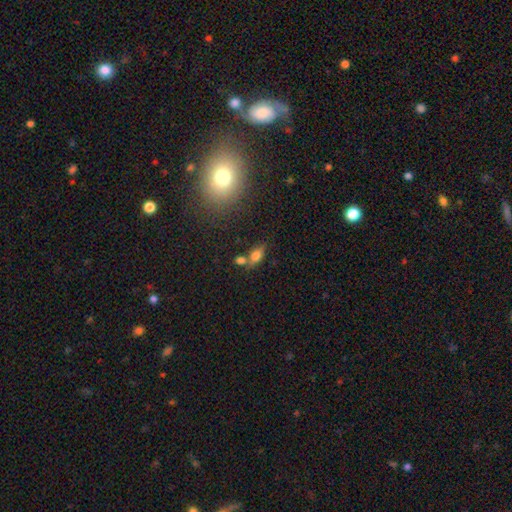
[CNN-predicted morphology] This is likely a smooth galaxy (71%). How rounded: likely in between (79%). Merging: possibly none (47%).